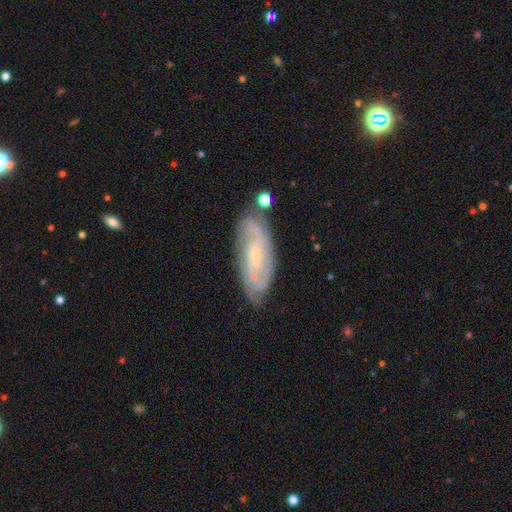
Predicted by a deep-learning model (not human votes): Smooth or featured: featured or disk — 79% (smooth — 14%)
Edge-on disk: no — 90% (yes — 10%)
Bar: no — 53% (weak — 37%)
Spiral arms: yes — 95% (no — 5%)
Spiral winding: tight — 52% (medium — 37%)
Spiral arm count: 2 — 37% (can't tell — 28%)
Bulge size: small — 72% (moderate — 21%)
Merging: none — 76% (minor disturbance — 17%)